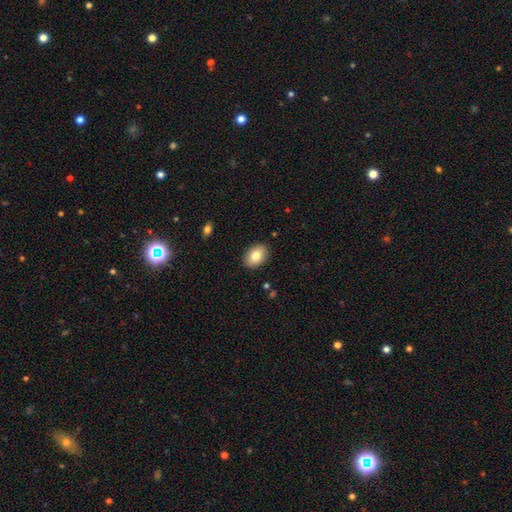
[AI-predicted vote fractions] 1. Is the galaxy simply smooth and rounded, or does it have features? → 82% smooth, 11% featured or disk, 7% star or artifact.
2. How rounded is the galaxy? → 85% in between, 14% round, 1% cigar-shaped.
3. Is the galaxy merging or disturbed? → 89% none, 8% minor disturbance, 2% major disturbance, 1% merger.